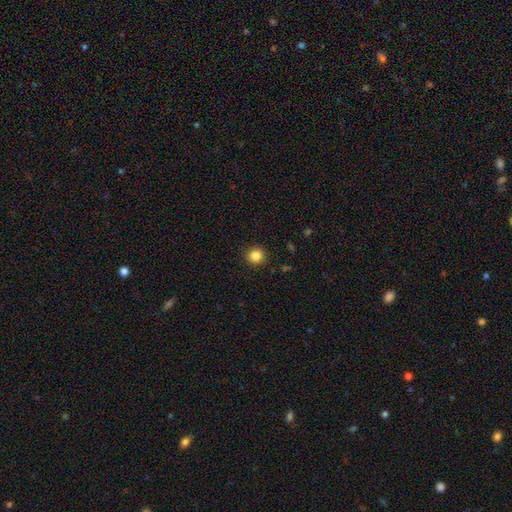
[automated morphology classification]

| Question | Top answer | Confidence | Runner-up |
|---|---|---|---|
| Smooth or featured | smooth | 84% | star or artifact (11%) |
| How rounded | round | 93% | in between (6%) |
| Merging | none | 92% | minor disturbance (5%) |